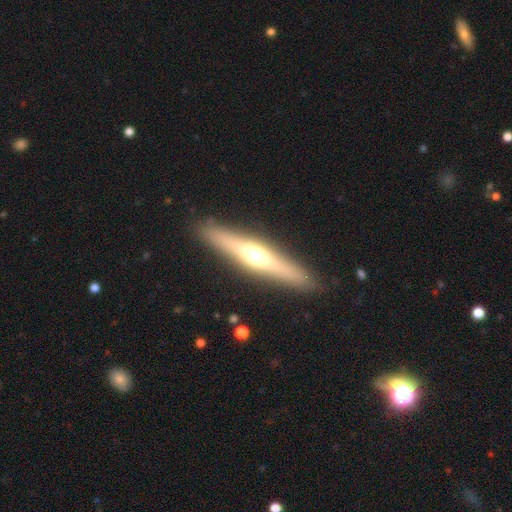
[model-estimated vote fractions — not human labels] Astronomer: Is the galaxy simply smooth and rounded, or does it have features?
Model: featured or disk — 61%.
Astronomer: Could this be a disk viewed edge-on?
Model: yes — 93%.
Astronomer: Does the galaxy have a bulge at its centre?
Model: rounded — 91%.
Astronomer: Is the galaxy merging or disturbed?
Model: none — 90%.